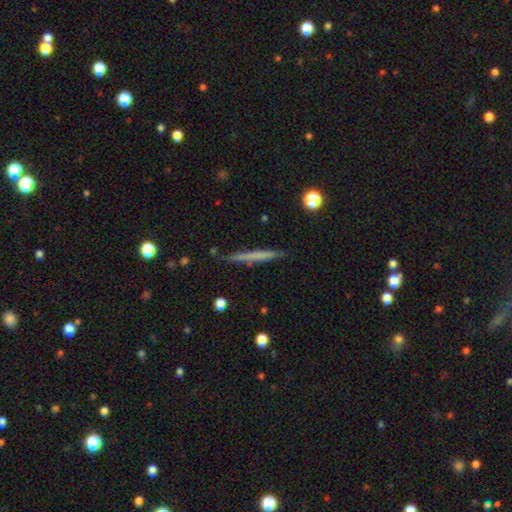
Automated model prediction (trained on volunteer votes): Smooth or featured?
  - smooth: 56% *
  - featured or disk: 38%
  - star or artifact: 6%
How rounded?
  - cigar-shaped: 96% *
  - in between: 2%
  - round: 2%
Merging?
  - none: 88% *
  - minor disturbance: 9%
  - major disturbance: 2%
  - merger: 2%